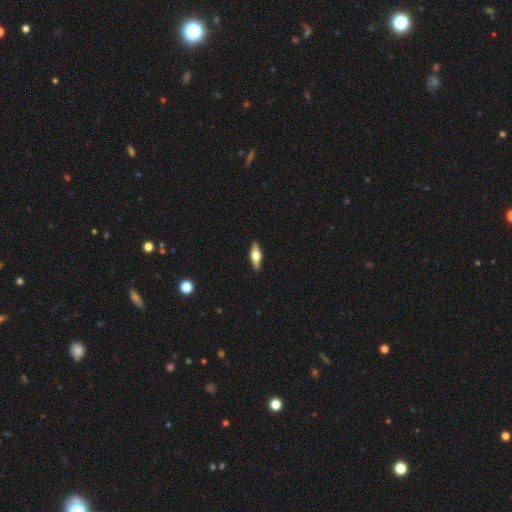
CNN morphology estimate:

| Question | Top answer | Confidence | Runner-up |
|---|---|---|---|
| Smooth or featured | featured or disk | 53% | smooth (42%) |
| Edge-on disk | yes | 93% | no (7%) |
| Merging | none | 91% | minor disturbance (7%) |